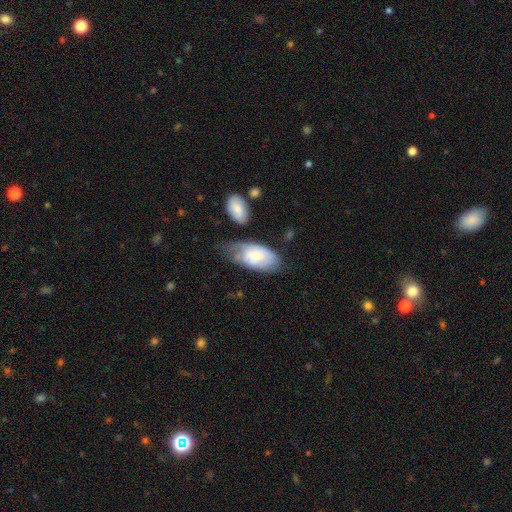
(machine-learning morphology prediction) type=smooth (61%); roundness=in between (94%); merging=none (36%, tied with minor disturbance).